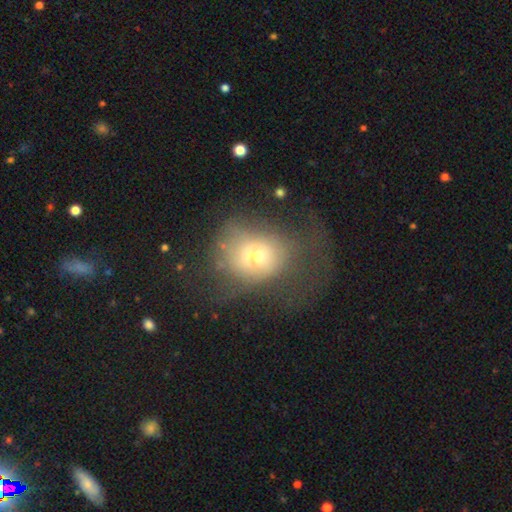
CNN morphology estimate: Overall: smooth (57%; featured or disk 29%). How rounded: round (62%; in between 37%). Merging: major disturbance (46%; none 27%).